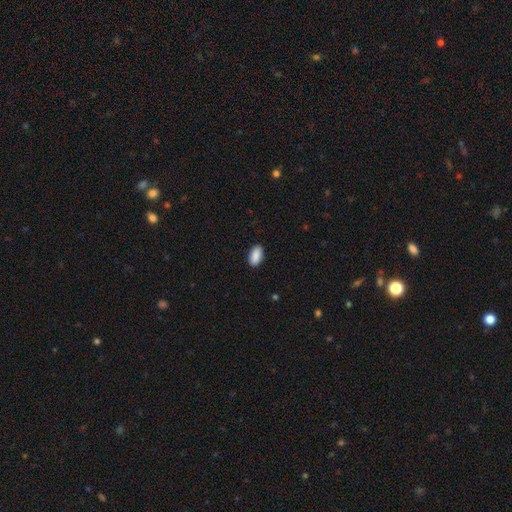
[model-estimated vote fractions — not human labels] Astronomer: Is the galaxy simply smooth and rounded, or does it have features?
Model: smooth — 90%.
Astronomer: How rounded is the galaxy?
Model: in between — 94%.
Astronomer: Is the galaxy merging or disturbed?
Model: none — 90%.